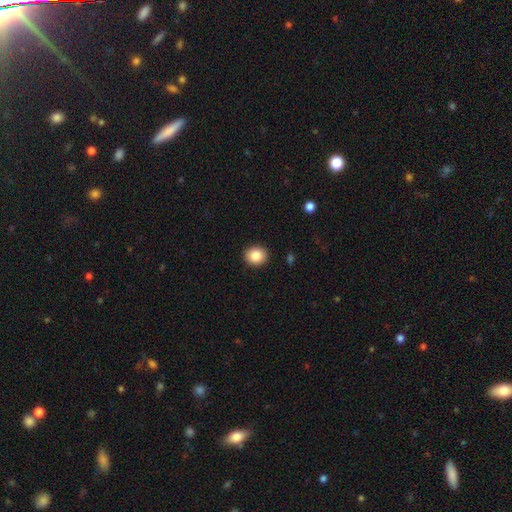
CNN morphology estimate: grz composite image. It shows a smooth galaxy with no disk features (85%) that is round (80%). Merging: none (91%).